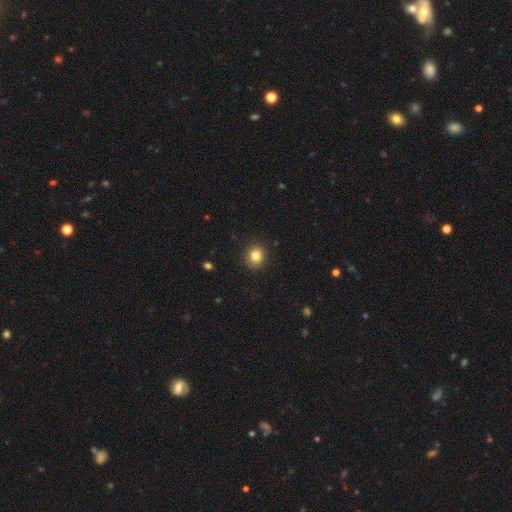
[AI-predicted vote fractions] This is clearly a smooth galaxy (83%). How rounded: likely round (77%). Merging: clearly none (90%).